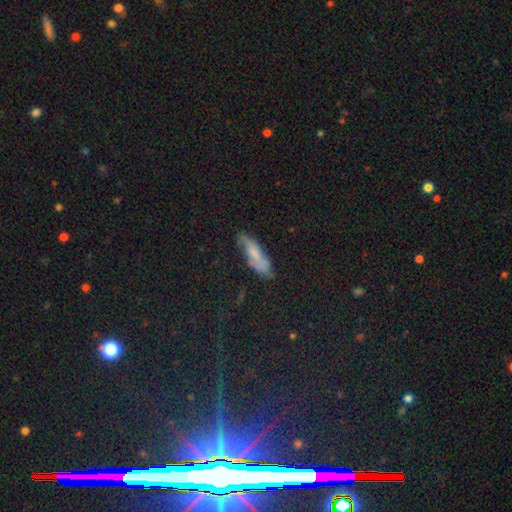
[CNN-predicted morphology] This appears to be a smooth galaxy with no disk features (48%). Merging: none (62%).